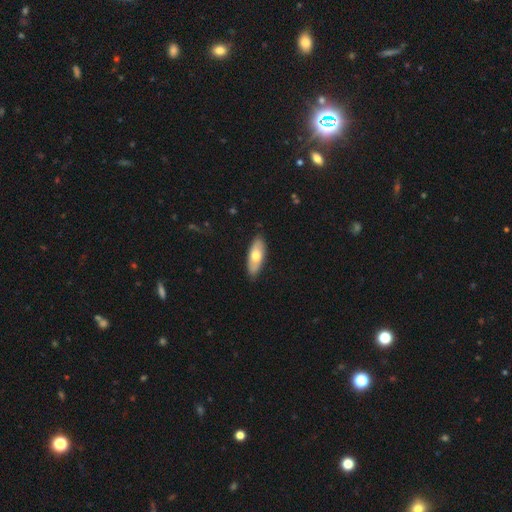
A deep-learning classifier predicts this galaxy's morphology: Q: Smooth or featured?
A: smooth (66%); runner-up: featured or disk (29%)
Q: How rounded?
A: in between (74%); runner-up: cigar-shaped (24%)
Q: Merging?
A: none (87%); runner-up: minor disturbance (10%)